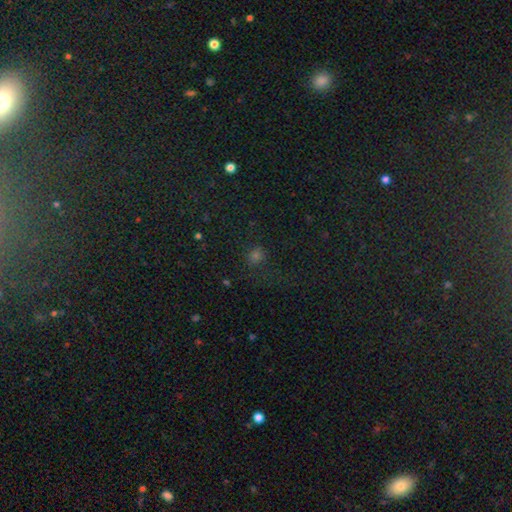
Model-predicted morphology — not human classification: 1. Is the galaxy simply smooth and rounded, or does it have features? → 55% smooth, 38% star or artifact, 7% featured or disk.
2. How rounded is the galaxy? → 73% round, 25% in between, 2% cigar-shaped.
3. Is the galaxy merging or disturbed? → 69% none, 16% minor disturbance, 12% major disturbance, 3% merger.